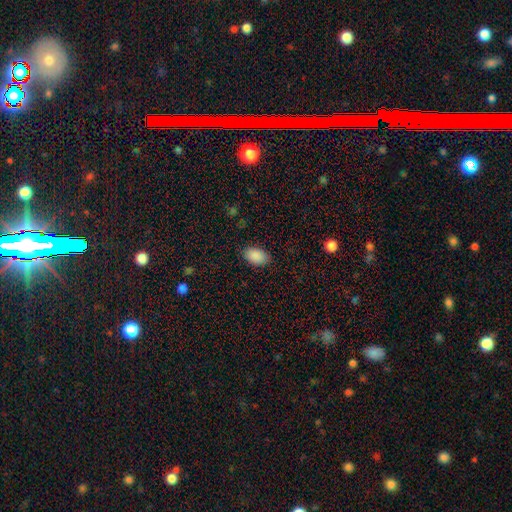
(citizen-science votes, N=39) Smooth or featured? 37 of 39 (95%) said smooth. How rounded? 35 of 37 (95%) said in between. Merging? 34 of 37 (92%) said none.